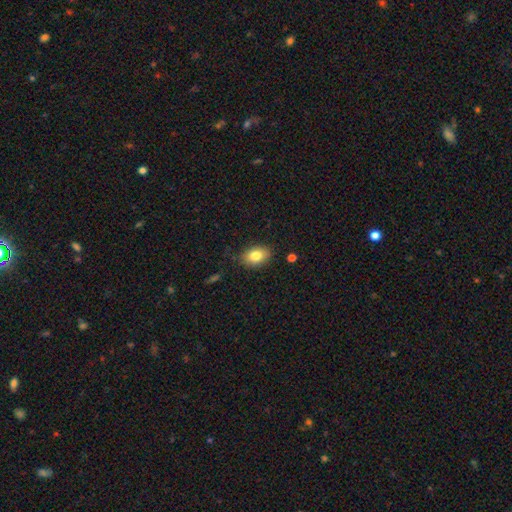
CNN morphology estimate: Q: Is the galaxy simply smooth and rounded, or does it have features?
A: smooth — 82%.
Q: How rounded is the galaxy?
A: in between — 85%.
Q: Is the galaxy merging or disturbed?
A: none — 84%.